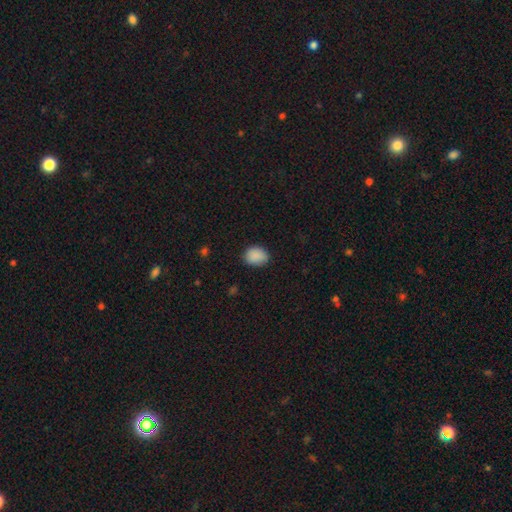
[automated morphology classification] A smooth galaxy with no disk features (89%) that is in between round and cigar-shaped (57%).

Vote fractions:
- Smooth or featured? smooth: 89% / star or artifact: 8% / featured or disk: 3%
- How rounded? in between: 57% / round: 42% / cigar-shaped: 1%
- Merging? none: 80% / minor disturbance: 16% / major disturbance: 3% / merger: 1%